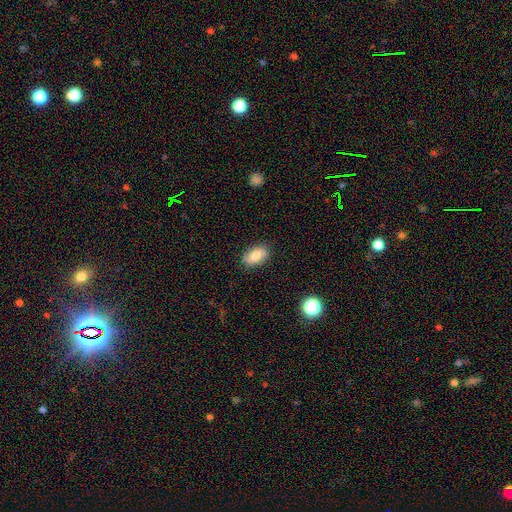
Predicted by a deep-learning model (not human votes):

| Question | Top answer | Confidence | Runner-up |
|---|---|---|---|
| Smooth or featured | smooth | 75% | featured or disk (17%) |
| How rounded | in between | 90% | round (7%) |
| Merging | none | 83% | minor disturbance (13%) |